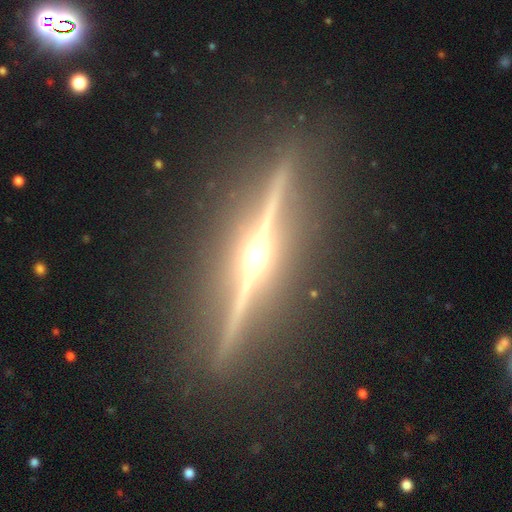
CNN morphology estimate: type=featured or disk (91%); edge-on=yes (98%); edge-on bulge=rounded (95%); merging=none (91%).